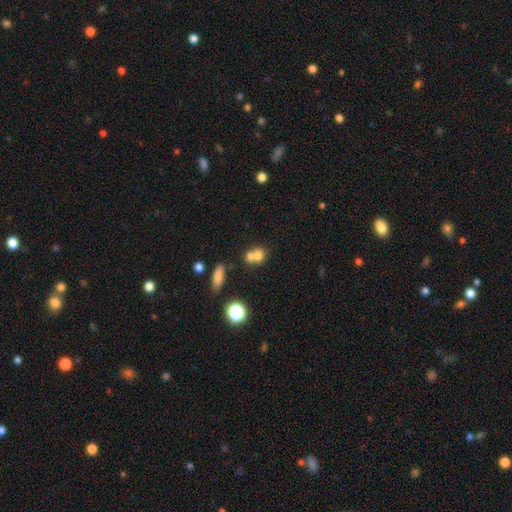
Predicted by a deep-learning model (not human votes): Smooth or featured: smooth — 70% (featured or disk — 17%)
How rounded: round — 71% (in between — 27%)
Merging: merger — 59% (none — 31%)